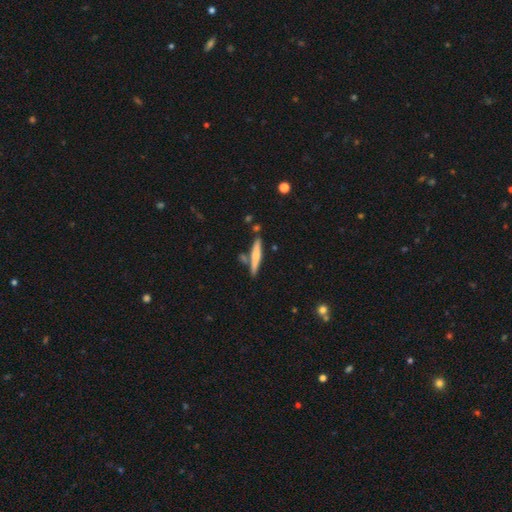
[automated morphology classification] A smooth galaxy with no disk features (57%) that is cigar-shaped (93%).

Vote fractions:
- Smooth or featured? smooth: 57% / featured or disk: 37% / star or artifact: 6%
- How rounded? cigar-shaped: 93% / in between: 6% / round: 1%
- Merging? none: 78% / minor disturbance: 11% / merger: 9% / major disturbance: 2%